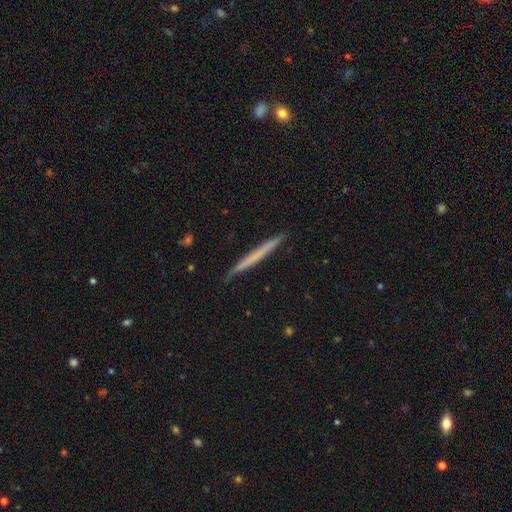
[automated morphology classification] A smooth galaxy with no disk features (53%) that is cigar-shaped (97%).

Vote fractions:
- Smooth or featured? smooth: 53% / featured or disk: 41% / star or artifact: 6%
- How rounded? cigar-shaped: 97% / in between: 2% / round: 1%
- Merging? none: 90% / minor disturbance: 7% / major disturbance: 1% / merger: 1%